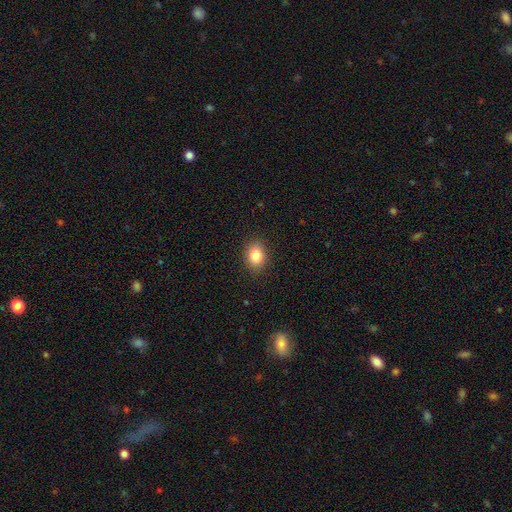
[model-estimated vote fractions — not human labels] smooth_or_featured: smooth (p=0.84) [alt: star or artifact p=0.10]
how_rounded: in between (p=0.67) [alt: round p=0.32]
merging: none (p=0.89) [alt: minor disturbance p=0.08]